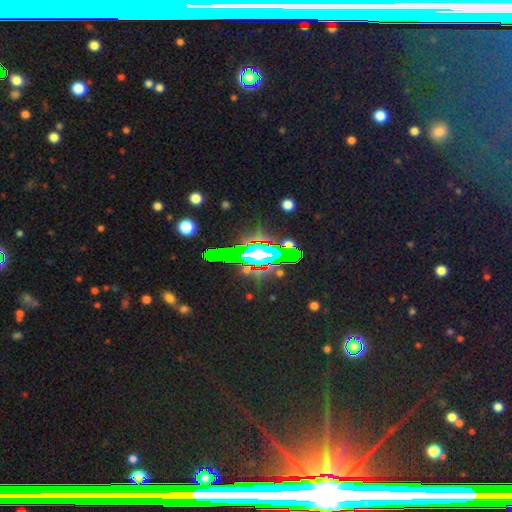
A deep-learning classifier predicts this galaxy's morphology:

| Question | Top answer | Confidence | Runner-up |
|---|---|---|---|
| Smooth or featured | star or artifact | 66% | featured or disk (17%) |